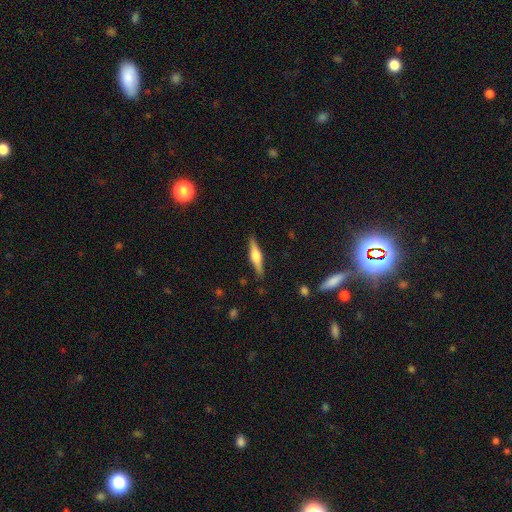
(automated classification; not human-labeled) Smooth or featured?
  - featured or disk: 63% *
  - smooth: 31%
  - star or artifact: 6%
Edge-on disk?
  - yes: 97% *
  - no: 3%
Edge-on bulge?
  - rounded: 86% *
  - boxy: 11%
  - none: 3%
Merging?
  - none: 88% *
  - minor disturbance: 9%
  - major disturbance: 2%
  - merger: 1%